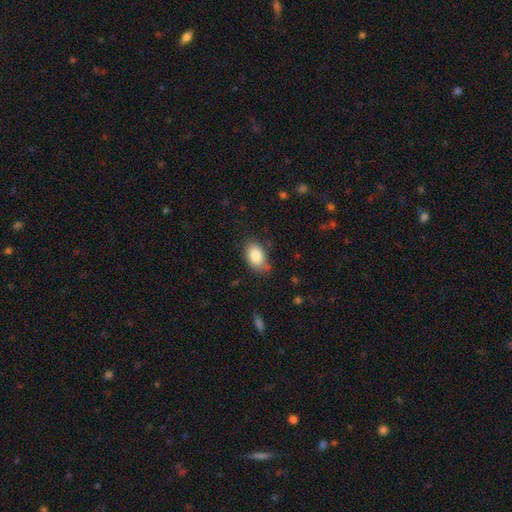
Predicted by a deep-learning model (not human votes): smooth_or_featured: smooth (p=0.84) [alt: featured or disk p=0.09]
how_rounded: in between (p=0.90) [alt: round p=0.08]
merging: none (p=0.74) [alt: minor disturbance p=0.20]